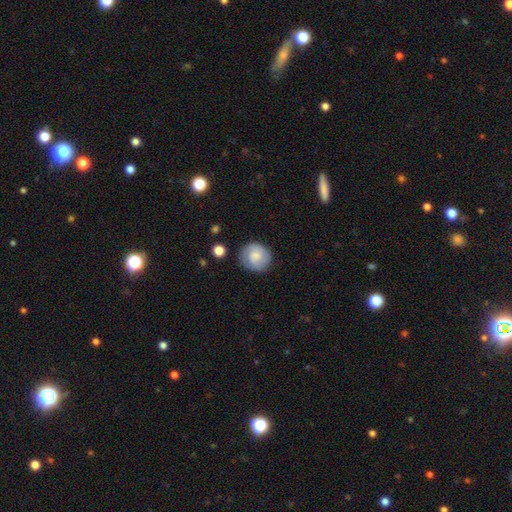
Q: Smooth or featured?
A: smooth (70%); runner-up: featured or disk (22%)
Q: How rounded?
A: round (79%); runner-up: in between (21%)
Q: Merging?
A: none (84%); runner-up: minor disturbance (14%)